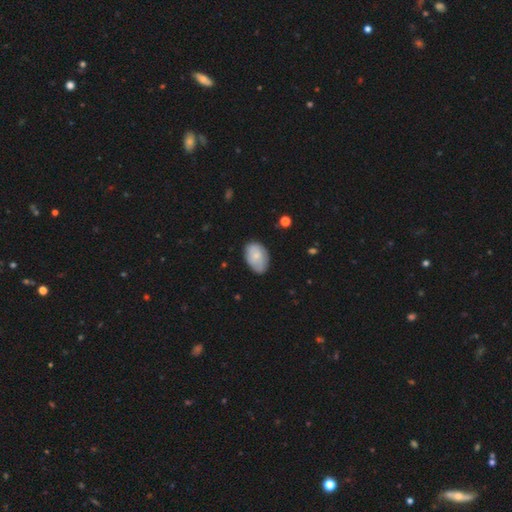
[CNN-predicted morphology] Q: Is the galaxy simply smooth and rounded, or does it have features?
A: smooth — 72%.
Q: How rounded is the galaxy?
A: in between — 88%.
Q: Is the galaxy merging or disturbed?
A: none — 73%.